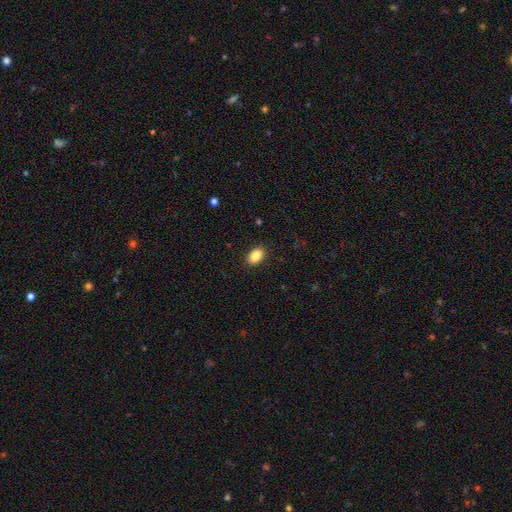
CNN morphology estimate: smooth-or-featured: smooth: 87% | star or artifact: 8% | featured or disk: 5%
  how-rounded: in between: 88% | round: 10% | cigar-shaped: 1%
  merging: none: 90% | minor disturbance: 8% | major disturbance: 2% | merger: 1%